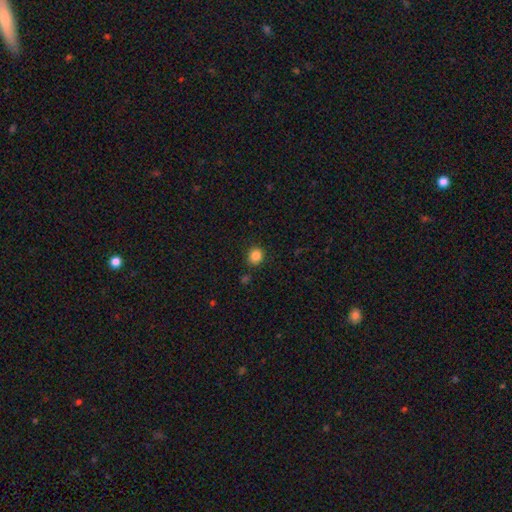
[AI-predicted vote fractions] smooth-or-featured: smooth: 85% | star or artifact: 11% | featured or disk: 4%
  how-rounded: round: 80% | in between: 19% | cigar-shaped: 1%
  merging: none: 86% | minor disturbance: 8% | merger: 3% | major disturbance: 2%